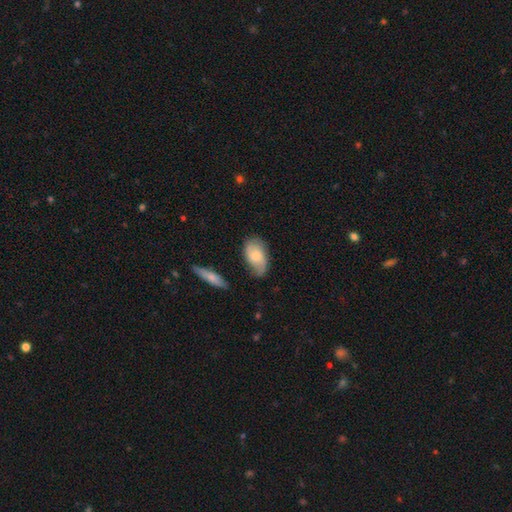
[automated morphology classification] A smooth galaxy with no disk features (59%) that is in between round and cigar-shaped (91%). Merging: none (65%).